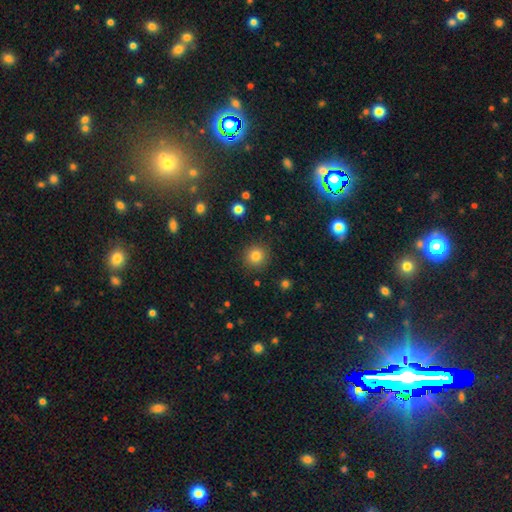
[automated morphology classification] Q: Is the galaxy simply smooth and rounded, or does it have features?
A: smooth — 81%.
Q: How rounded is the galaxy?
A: round — 93%.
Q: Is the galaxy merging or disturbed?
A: none — 90%.